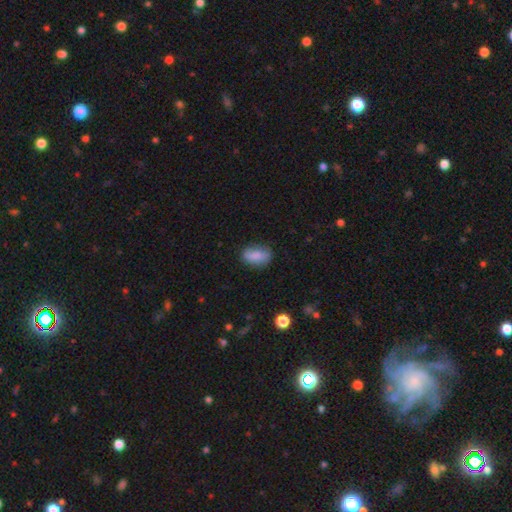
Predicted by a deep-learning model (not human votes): The model was most divided on "merging": none: 75%, minor disturbance: 19%, major disturbance: 4%, merger: 1%. More confident: how rounded — in between (86%); smooth or featured — smooth (82%).